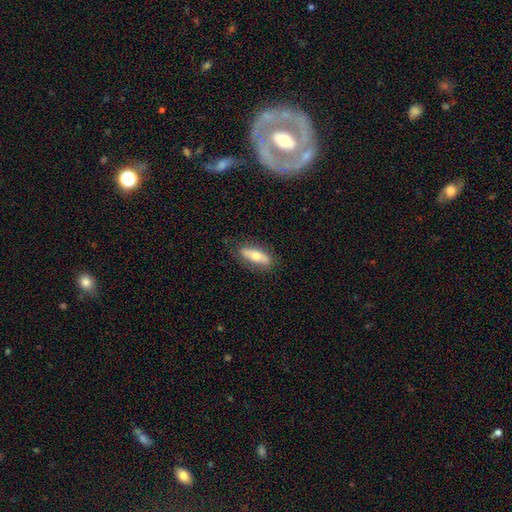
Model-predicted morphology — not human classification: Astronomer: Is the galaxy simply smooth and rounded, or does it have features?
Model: smooth — 57% (runner-up: featured or disk, 37%).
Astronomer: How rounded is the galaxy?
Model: in between — 54% (runner-up: cigar-shaped, 44%).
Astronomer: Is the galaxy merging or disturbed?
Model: none — 80%.